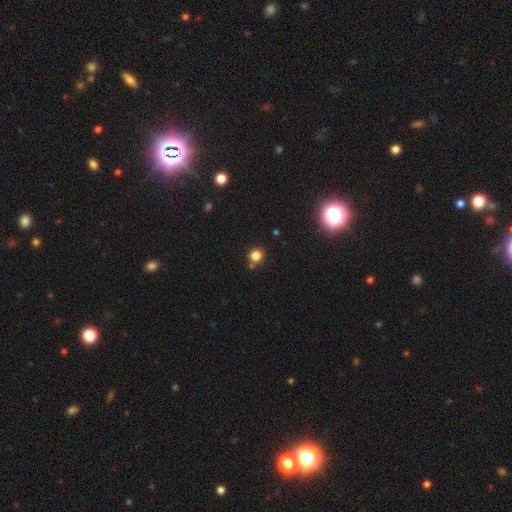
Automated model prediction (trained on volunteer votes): Smooth or featured? Predicted: smooth (p=0.81). How rounded? Predicted: round (p=0.92). Merging? Predicted: none (p=0.77).